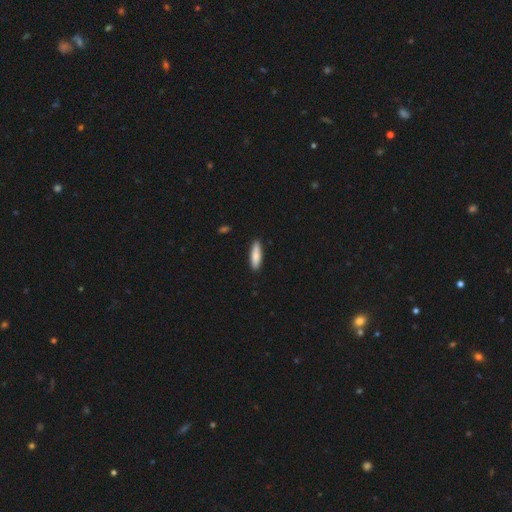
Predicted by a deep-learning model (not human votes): smooth_or_featured: smooth (p=0.83) [alt: featured or disk p=0.12]
how_rounded: cigar-shaped (p=0.66) [alt: in between p=0.33]
merging: none (p=0.88) [alt: minor disturbance p=0.09]